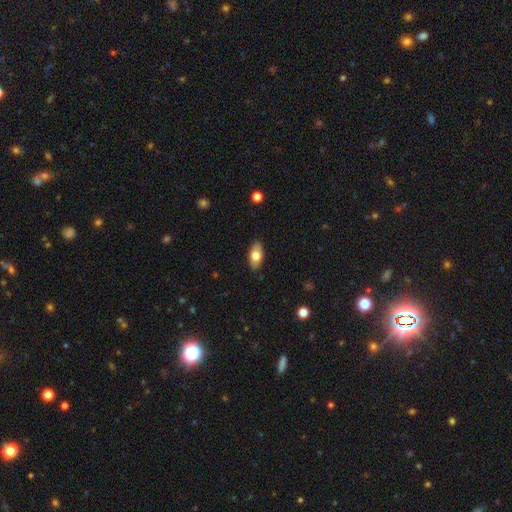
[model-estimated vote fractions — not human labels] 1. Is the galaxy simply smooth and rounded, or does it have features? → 73% smooth, 21% featured or disk, 7% star or artifact.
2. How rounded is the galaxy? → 91% in between, 5% cigar-shaped, 4% round.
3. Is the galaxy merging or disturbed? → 87% none, 10% minor disturbance, 2% major disturbance, 1% merger.